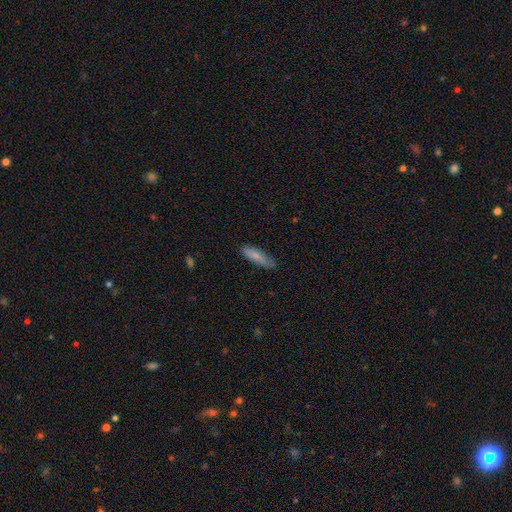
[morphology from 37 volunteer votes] Smooth or featured? 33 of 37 (89%) said smooth. How rounded? 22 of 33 (67%) said cigar-shaped. Merging? 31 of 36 (86%) said none.